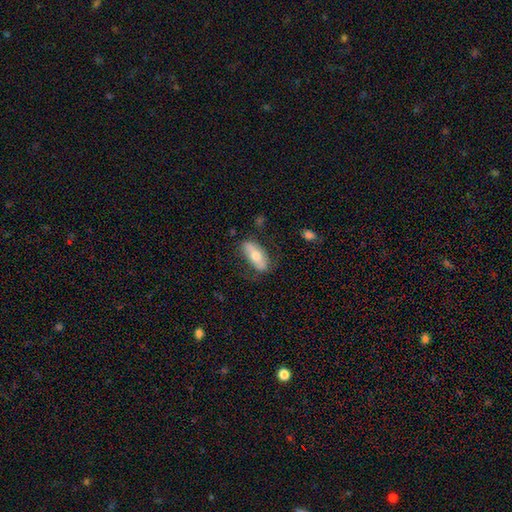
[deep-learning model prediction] smooth_or_featured: smooth (p=0.60) [alt: featured or disk p=0.34]
how_rounded: in between (p=0.78) [alt: cigar-shaped p=0.19]
merging: none (p=0.70) [alt: minor disturbance p=0.22]